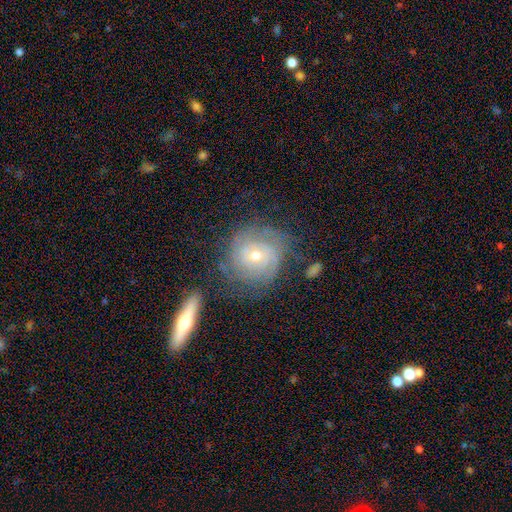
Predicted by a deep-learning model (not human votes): smooth_or_featured: featured or disk (p=0.78) [alt: smooth p=0.15]
disk_edge_on: no (p=0.95) [alt: yes p=0.05]
bar: no (p=0.71) [alt: weak p=0.23]
has_spiral_arms: yes (p=0.91) [alt: no p=0.09]
spiral_winding: tight (p=0.73) [alt: medium p=0.21]
spiral_arm_count: can't tell (p=0.39) [alt: 2 p=0.23]
bulge_size: small (p=0.51) [alt: moderate p=0.45]
merging: none (p=0.70) [alt: minor disturbance p=0.17]